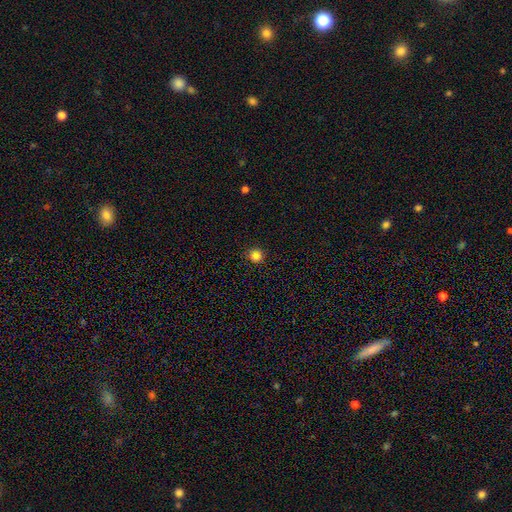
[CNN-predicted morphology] This appears to be a smooth galaxy with no disk features (84%) that is round (95%). Merging: none (92%).